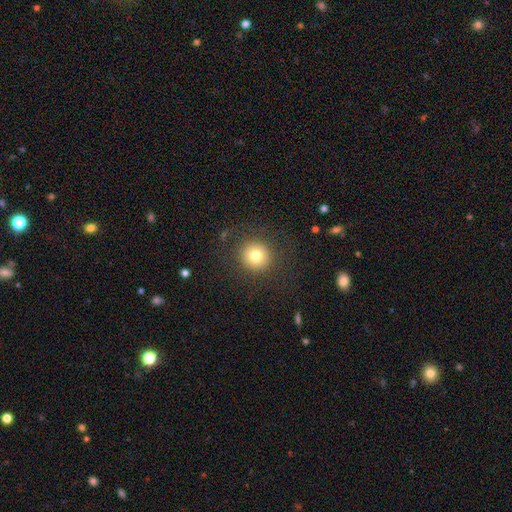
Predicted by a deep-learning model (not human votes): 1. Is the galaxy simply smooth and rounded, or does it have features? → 78% smooth, 12% star or artifact, 11% featured or disk.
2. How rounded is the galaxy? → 93% round, 6% in between, 1% cigar-shaped.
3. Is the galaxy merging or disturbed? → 87% none, 7% minor disturbance, 5% major disturbance, 1% merger.